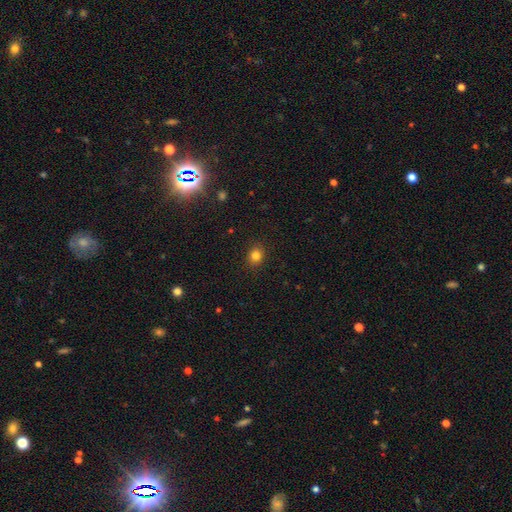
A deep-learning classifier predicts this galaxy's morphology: Q: Smooth or featured?
A: smooth (82%); runner-up: star or artifact (13%)
Q: How rounded?
A: round (76%); runner-up: in between (23%)
Q: Merging?
A: none (89%); runner-up: minor disturbance (7%)